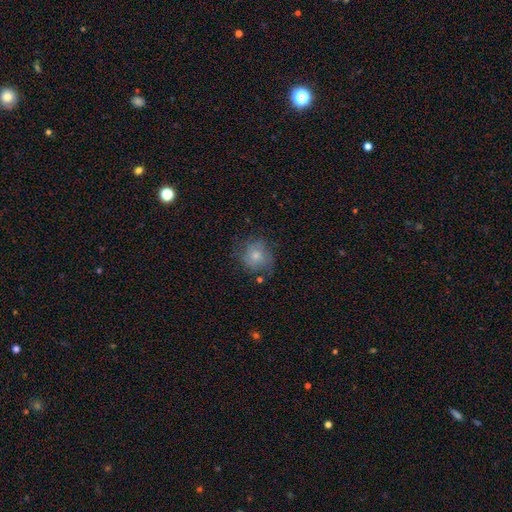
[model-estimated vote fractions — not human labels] Morphology: type=smooth (66%); roundness=round (79%); merging=none (59%).